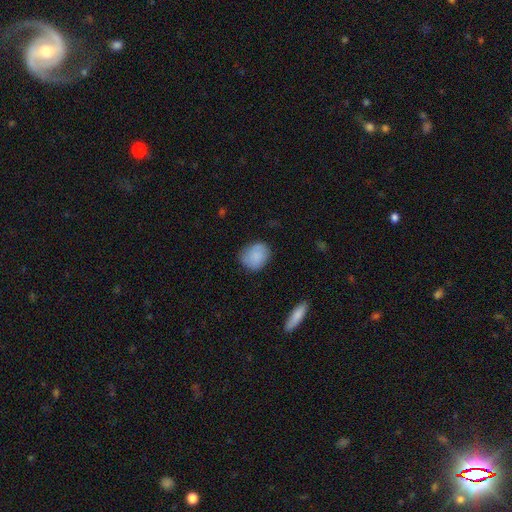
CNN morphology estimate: Smooth or featured?
  - smooth: 86% *
  - star or artifact: 7%
  - featured or disk: 7%
How rounded?
  - round: 59% *
  - in between: 40%
  - cigar-shaped: 1%
Merging?
  - none: 73% *
  - minor disturbance: 21%
  - major disturbance: 4%
  - merger: 2%